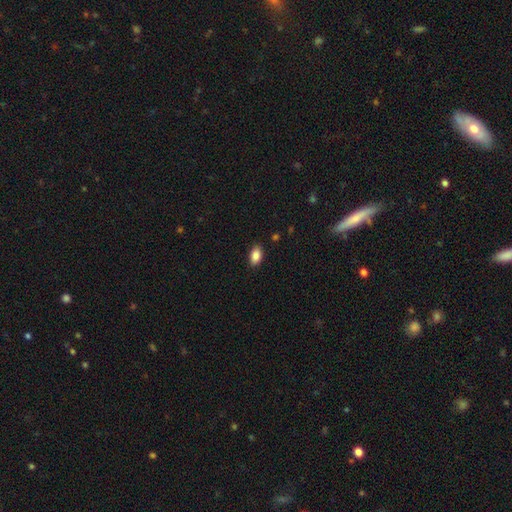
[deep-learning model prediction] The model was most divided on "merging": none: 88%, minor disturbance: 9%, major disturbance: 2%, merger: 1%. More confident: how rounded — in between (92%); smooth or featured — smooth (87%).